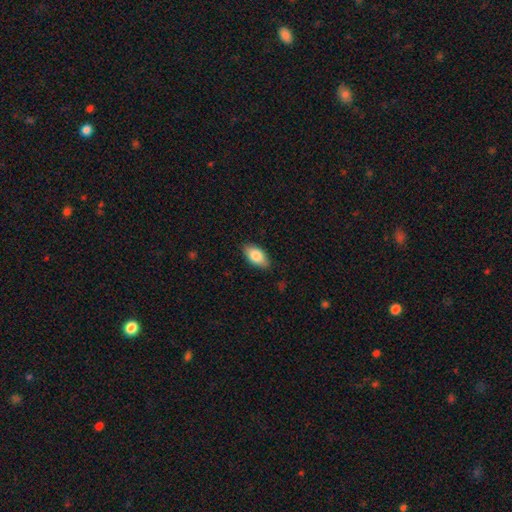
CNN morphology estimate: smooth_or_featured: smooth (p=0.82) [alt: featured or disk p=0.12]
how_rounded: in between (p=0.92) [alt: cigar-shaped p=0.05]
merging: none (p=0.86) [alt: minor disturbance p=0.11]